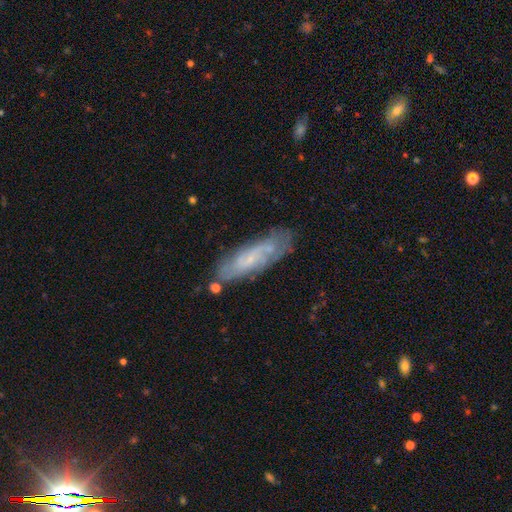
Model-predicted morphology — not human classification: Smooth or featured?
  - featured or disk: 51% *
  - smooth: 40%
  - star or artifact: 9%
Edge-on disk?
  - no: 68% *
  - yes: 32%
Merging?
  - none: 72% *
  - minor disturbance: 18%
  - major disturbance: 5%
  - merger: 4%